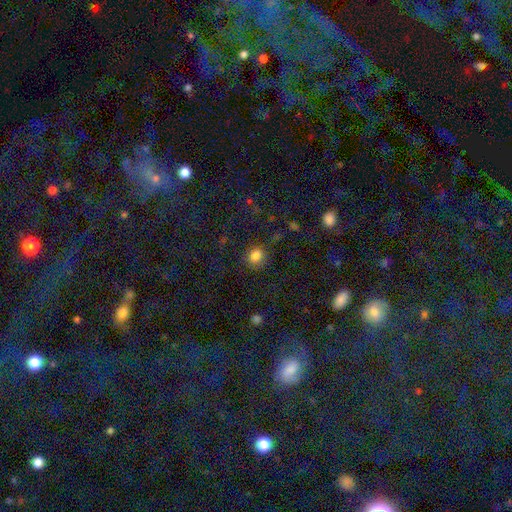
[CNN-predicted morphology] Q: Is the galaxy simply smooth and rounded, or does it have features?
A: smooth — 84%.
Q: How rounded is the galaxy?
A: round — 81%.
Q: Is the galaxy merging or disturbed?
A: none — 84%.